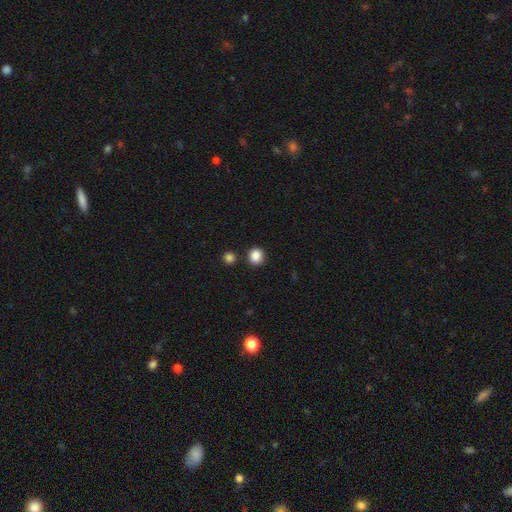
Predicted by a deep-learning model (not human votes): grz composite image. It shows a smooth galaxy with no disk features (87%) that is round (83%). Merging: none (85%).